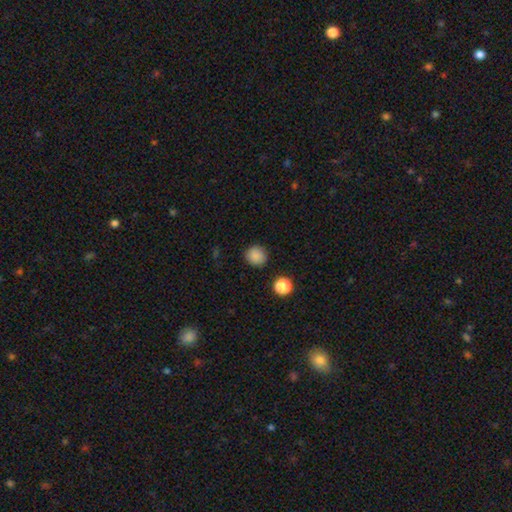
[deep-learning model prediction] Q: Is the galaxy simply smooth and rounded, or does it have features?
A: smooth — 86%.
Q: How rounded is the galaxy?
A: round — 89%.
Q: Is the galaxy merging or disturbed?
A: none — 89%.